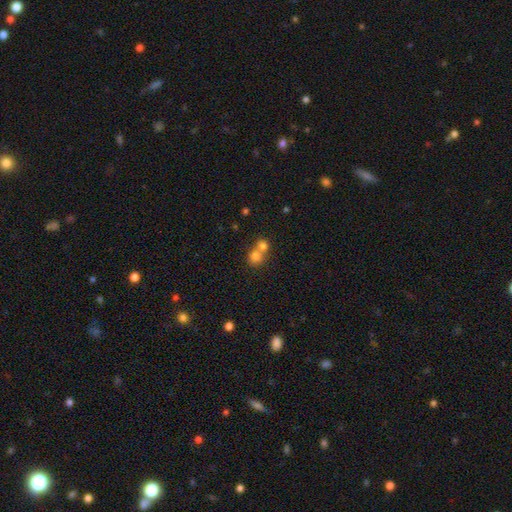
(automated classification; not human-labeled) Smooth or featured: smooth — 78% (star or artifact — 12%)
How rounded: round — 82% (in between — 17%)
Merging: merger — 56% (none — 36%)